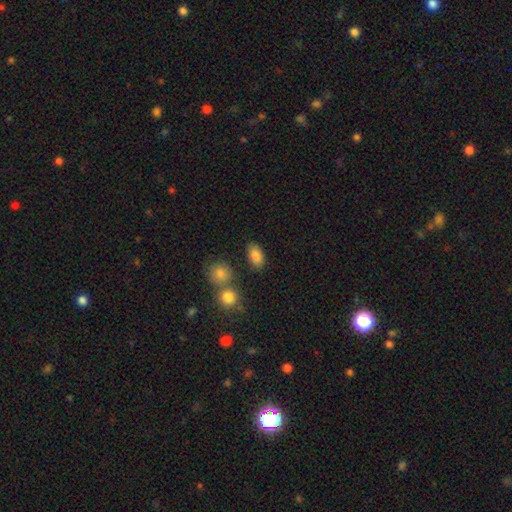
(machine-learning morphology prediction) This appears to be a smooth galaxy with no disk features (85%) that is in between round and cigar-shaped (89%). Merging: none (76%).